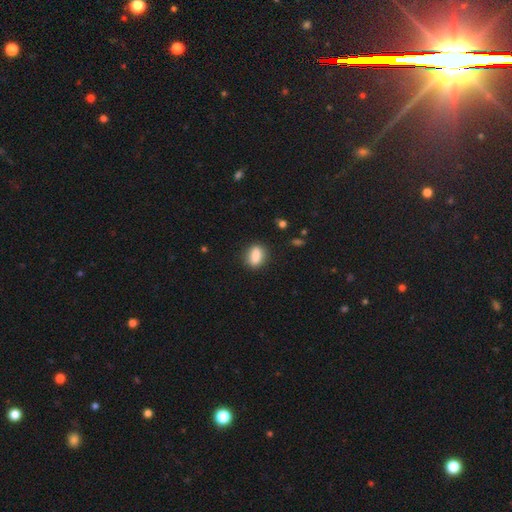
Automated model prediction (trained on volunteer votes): smooth 85%, star or artifact 8%, featured or disk 7%. Down the decision tree: how rounded — in between (74%); merging — none (84%).